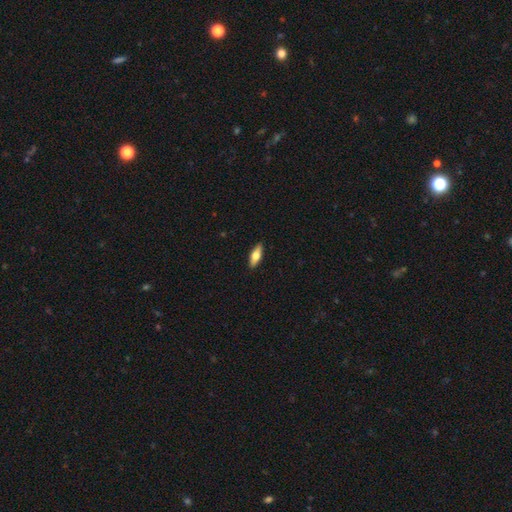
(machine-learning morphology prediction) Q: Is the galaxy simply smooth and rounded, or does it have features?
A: smooth — 61%.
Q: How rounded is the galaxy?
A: in between — 60%.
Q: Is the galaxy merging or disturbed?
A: none — 90%.